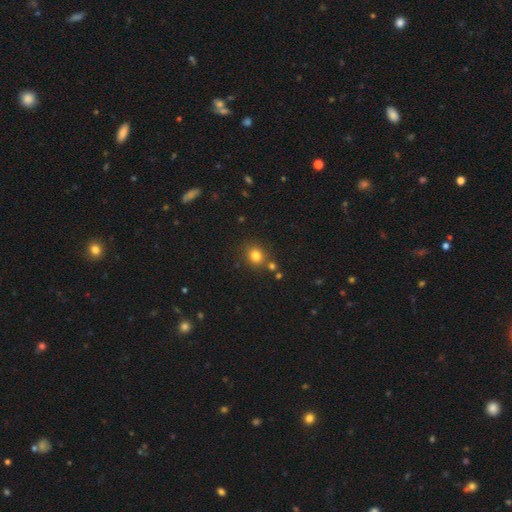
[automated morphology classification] A smooth galaxy with no disk features (80%) that is round (80%). Merging: none (77%).